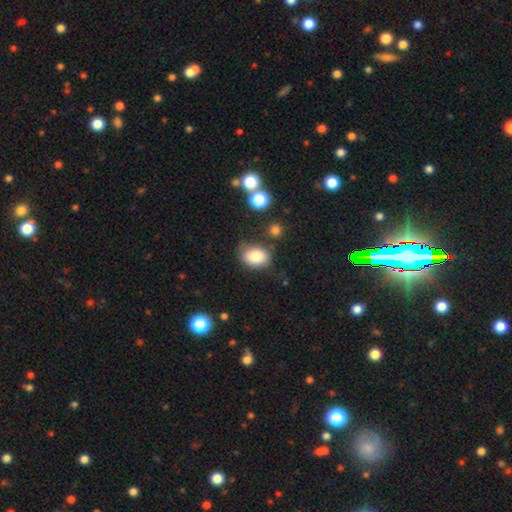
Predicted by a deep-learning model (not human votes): This is clearly a smooth galaxy (84%). How rounded: likely in between (79%). Merging: likely none (72%).